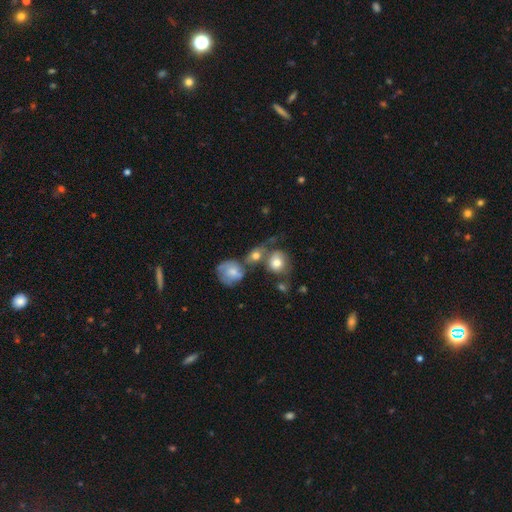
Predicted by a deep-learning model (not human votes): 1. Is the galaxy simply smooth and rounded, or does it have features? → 65% smooth, 25% featured or disk, 10% star or artifact.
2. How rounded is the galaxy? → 63% round, 35% in between, 2% cigar-shaped.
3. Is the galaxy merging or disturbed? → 39% merger, 33% none, 16% minor disturbance, 13% major disturbance.